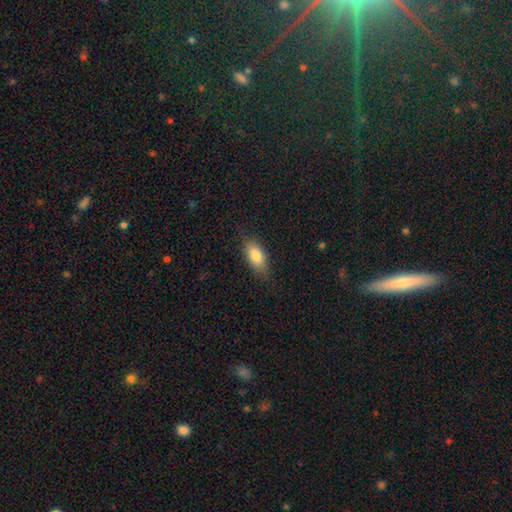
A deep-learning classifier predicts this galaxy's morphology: Q: Smooth or featured?
A: smooth (83%); runner-up: featured or disk (10%)
Q: How rounded?
A: in between (88%); runner-up: cigar-shaped (8%)
Q: Merging?
A: none (83%); runner-up: minor disturbance (13%)